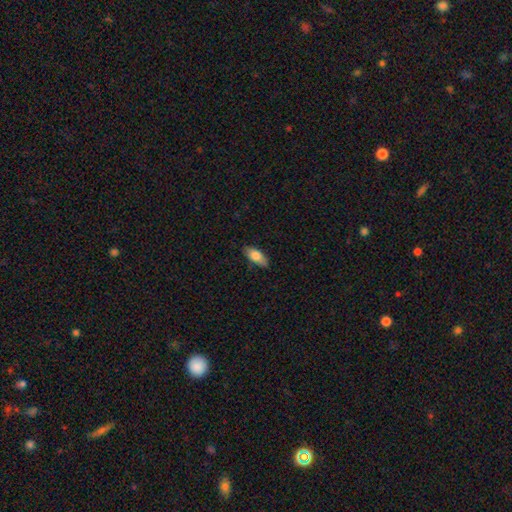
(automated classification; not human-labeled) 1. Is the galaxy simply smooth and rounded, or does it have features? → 78% smooth, 15% featured or disk, 6% star or artifact.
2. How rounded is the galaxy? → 82% in between, 15% cigar-shaped, 2% round.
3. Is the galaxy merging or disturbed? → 84% none, 13% minor disturbance, 2% major disturbance, 1% merger.